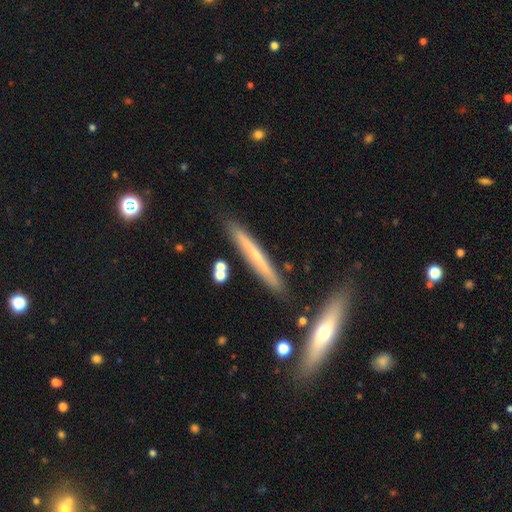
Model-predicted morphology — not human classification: A featured or disk galaxy (51%) viewed edge-on (94%).

Vote fractions:
- Smooth or featured? featured or disk: 51% / smooth: 43% / star or artifact: 7%
- Edge-on disk? yes: 94% / no: 6%
- Merging? none: 86% / minor disturbance: 9% / merger: 4% / major disturbance: 2%